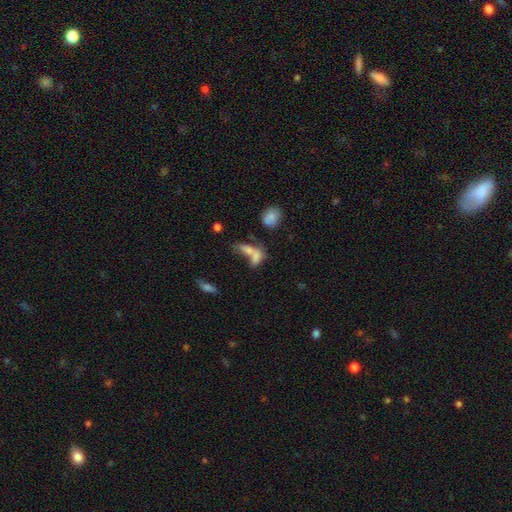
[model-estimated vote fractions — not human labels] This appears to be a smooth galaxy with no disk features (69%) that is in between round and cigar-shaped (73%). Merging: merger (59%).